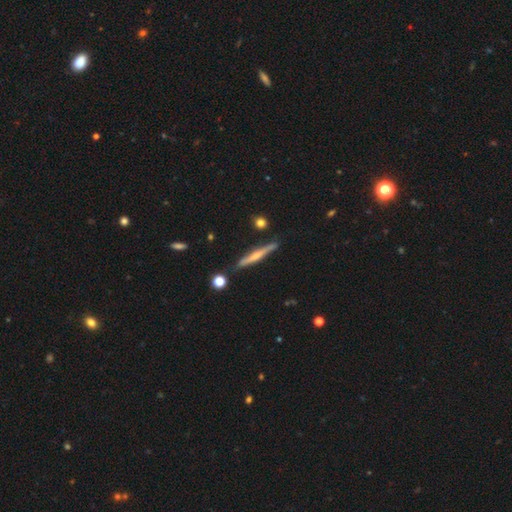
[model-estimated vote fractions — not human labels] smooth-or-featured: featured or disk: 56% | smooth: 37% | star or artifact: 6%
  disk-edge-on: yes: 96% | no: 4%
    edge-on-bulge: rounded: 52% | none: 36% | boxy: 13%
  merging: none: 83% | minor disturbance: 11% | merger: 3% | major disturbance: 2%